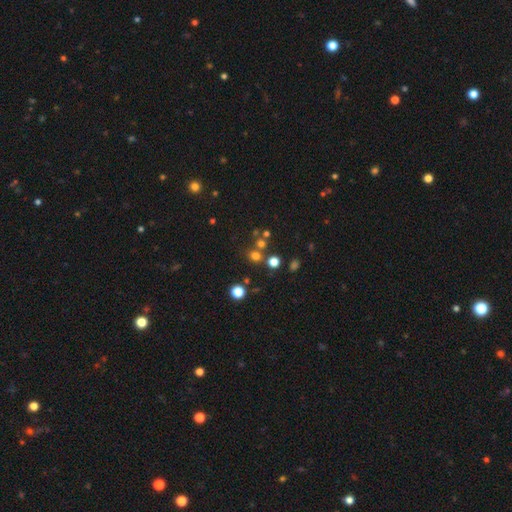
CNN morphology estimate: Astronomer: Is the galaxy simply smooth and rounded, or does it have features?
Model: smooth — 65%.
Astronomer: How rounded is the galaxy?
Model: round — 82%.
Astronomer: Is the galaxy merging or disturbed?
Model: none — 68%.